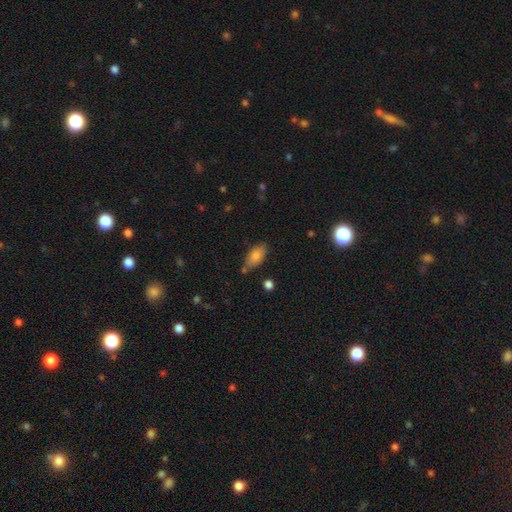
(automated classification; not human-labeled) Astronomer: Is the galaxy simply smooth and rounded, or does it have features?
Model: smooth — 80%.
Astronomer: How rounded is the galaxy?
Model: in between — 89%.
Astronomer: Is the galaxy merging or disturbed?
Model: none — 74%.